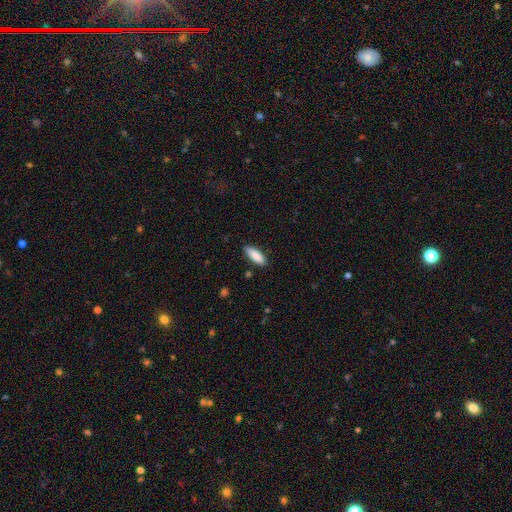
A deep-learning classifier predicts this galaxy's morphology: smooth-or-featured: smooth: 88% | featured or disk: 6% | star or artifact: 6%
  how-rounded: in between: 68% | cigar-shaped: 31% | round: 2%
  merging: none: 85% | minor disturbance: 11% | major disturbance: 2% | merger: 1%